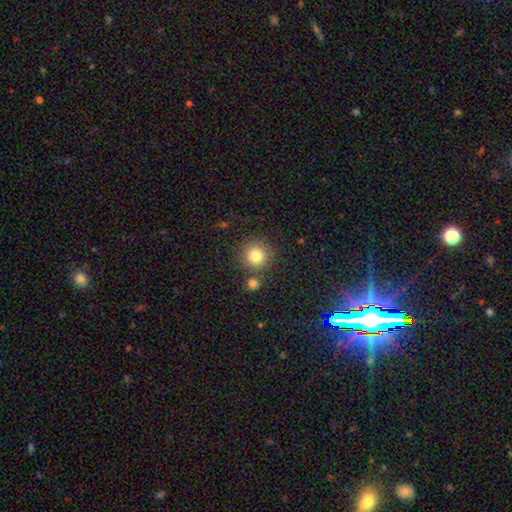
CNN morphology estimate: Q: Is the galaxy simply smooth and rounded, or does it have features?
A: smooth — 81%.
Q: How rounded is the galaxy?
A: round — 94%.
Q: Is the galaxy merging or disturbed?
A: none — 78%.